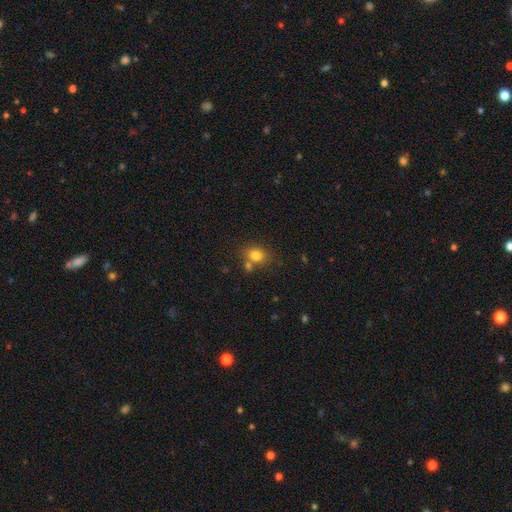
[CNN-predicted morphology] This appears to be a smooth galaxy with no disk features (79%) that is round (55%). Merging: none (62%).